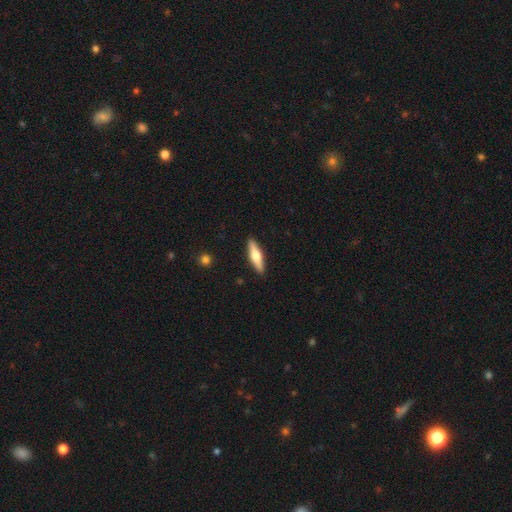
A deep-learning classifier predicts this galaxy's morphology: A featured or disk galaxy (53%) viewed edge-on (95%) with a rounded central bulge (93%). Merging: none (91%).